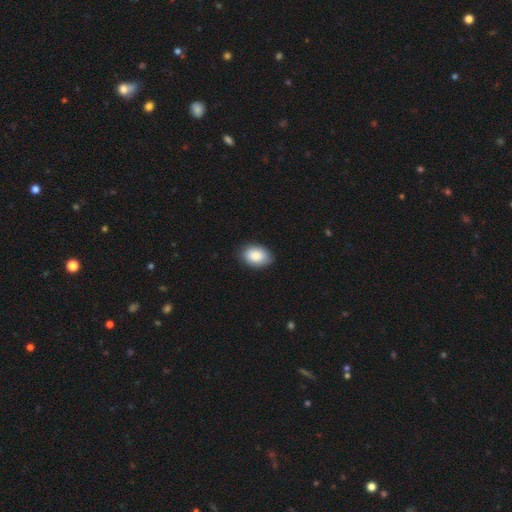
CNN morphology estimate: Smooth or featured? Predicted: smooth (p=0.86). How rounded? Predicted: in between (p=0.82). Merging? Predicted: none (p=0.84).